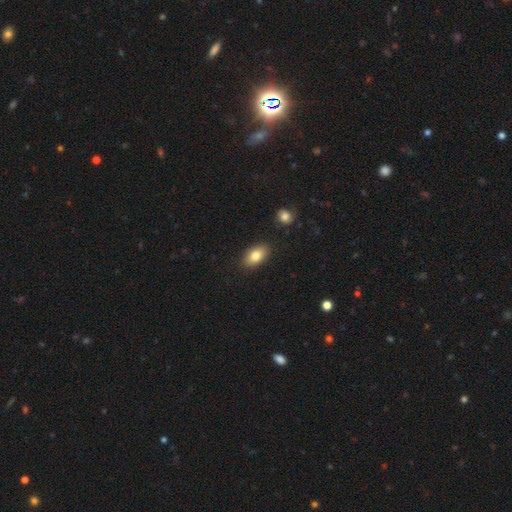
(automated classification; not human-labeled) Smooth or featured? Predicted: smooth (p=0.81). How rounded? Predicted: in between (p=0.91). Merging? Predicted: none (p=0.86).